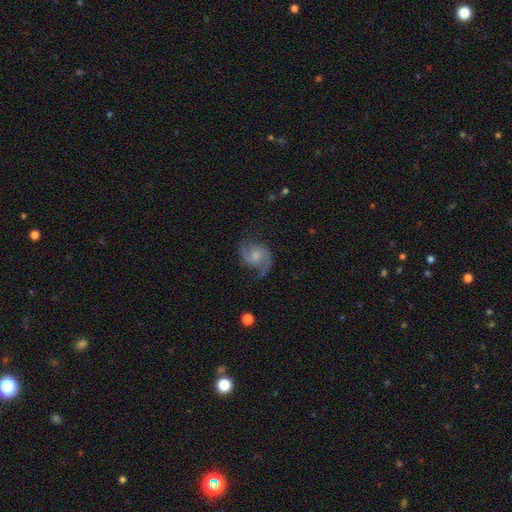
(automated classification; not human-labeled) The model was most divided on "bulge size": small: 46%, moderate: 36%, none: 12%, large: 4%, dominant: 1%. Remaining: edge-on disk — no (98%); spiral arms — yes (96%); spiral arm count — 2 (89%); smooth or featured — featured or disk (82%); merging — none (68%); bar — no (62%); spiral winding — medium (49%).